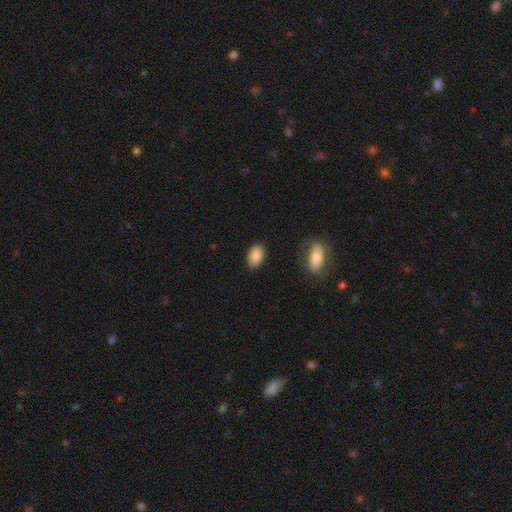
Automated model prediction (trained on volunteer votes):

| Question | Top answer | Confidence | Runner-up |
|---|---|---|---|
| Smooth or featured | smooth | 86% | star or artifact (7%) |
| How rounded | in between | 90% | round (9%) |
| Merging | none | 86% | minor disturbance (10%) |